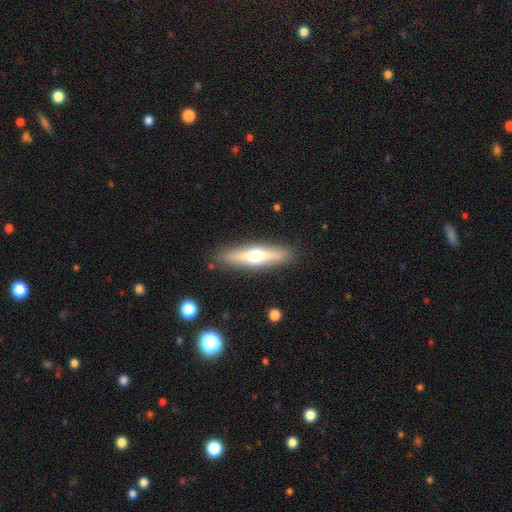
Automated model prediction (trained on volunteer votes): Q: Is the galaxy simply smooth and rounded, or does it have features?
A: featured or disk — 56%.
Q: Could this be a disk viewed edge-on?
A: yes — 91%.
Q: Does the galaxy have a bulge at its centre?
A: rounded — 94%.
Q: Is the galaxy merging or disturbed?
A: none — 89%.